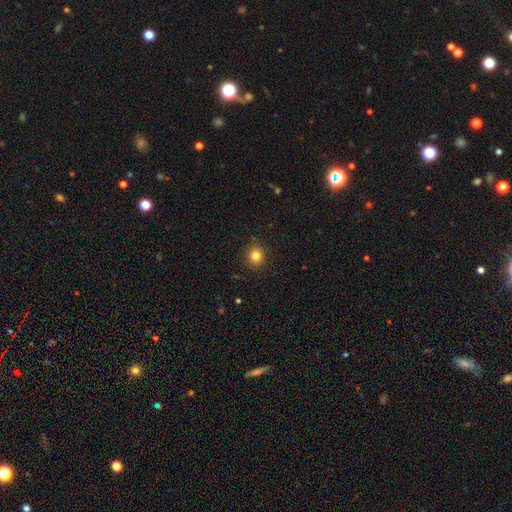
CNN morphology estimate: smooth 82%, star or artifact 12%, featured or disk 6%. Down the decision tree: how rounded — round (82%); merging — none (90%).